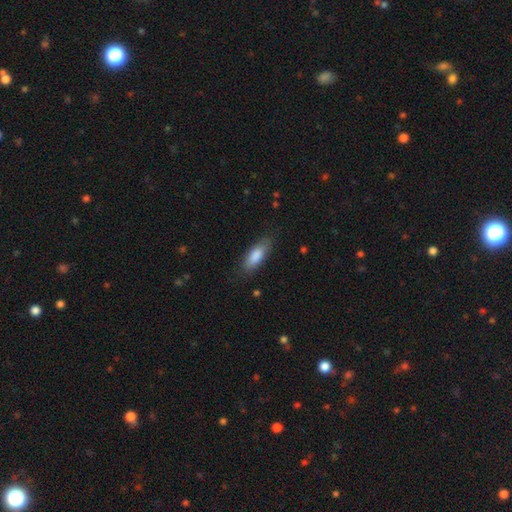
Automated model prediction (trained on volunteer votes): This appears to be a smooth galaxy with no disk features (84%) that is in between round and cigar-shaped (68%). Merging: none (81%).